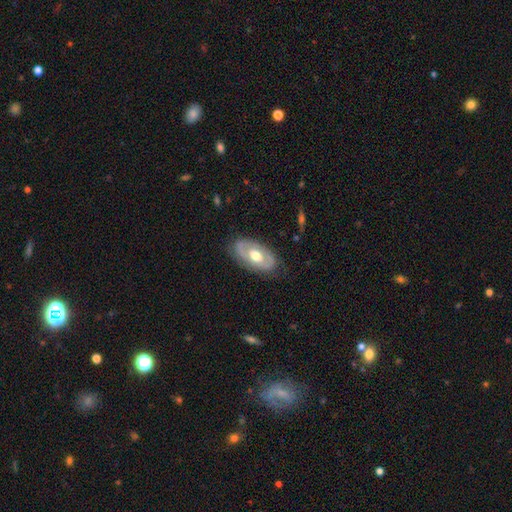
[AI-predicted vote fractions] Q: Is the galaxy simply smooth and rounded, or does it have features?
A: featured or disk — 61%.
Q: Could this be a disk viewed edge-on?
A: no — 89%.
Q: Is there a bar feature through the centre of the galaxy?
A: no — 66%.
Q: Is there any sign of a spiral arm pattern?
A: no — 58%.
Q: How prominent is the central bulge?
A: moderate — 70%.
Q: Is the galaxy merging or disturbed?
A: none — 77%.